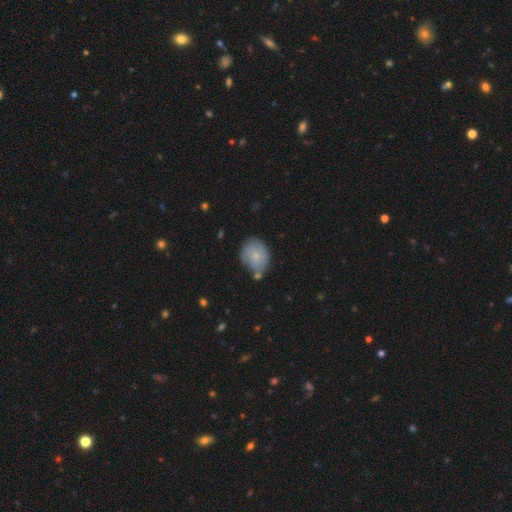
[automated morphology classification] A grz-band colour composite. It shows a smooth galaxy with no disk features (66%) that is round (60%). Merging: none (59%).